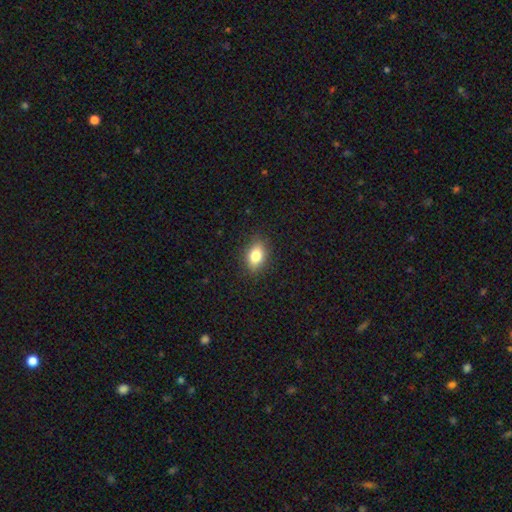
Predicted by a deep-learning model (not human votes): Smooth or featured? Predicted: smooth (p=0.81). How rounded? Predicted: in between (p=0.80). Merging? Predicted: none (p=0.86).